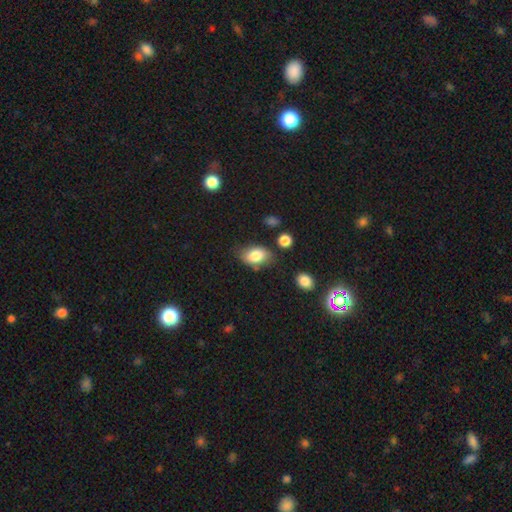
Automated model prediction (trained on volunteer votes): A smooth galaxy with no disk features (81%) that is in between round and cigar-shaped (87%).

Vote fractions:
- Smooth or featured? smooth: 81% / featured or disk: 11% / star or artifact: 8%
- How rounded? in between: 87% / round: 11% / cigar-shaped: 2%
- Merging? none: 72% / minor disturbance: 19% / merger: 5% / major disturbance: 4%